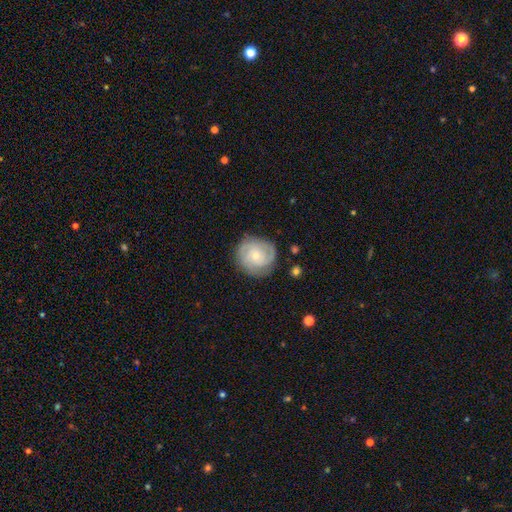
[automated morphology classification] This is likely a featured or disk galaxy (70%). It is clearly not viewed edge-on (98%). Bar: likely no (73%). Spiral arm pattern: clearly yes (92%). Spiral arm count: marginally 2 (38%). Spiral winding: likely tight (61%). Central bulge: likely small (65%). Merging: clearly none (80%).